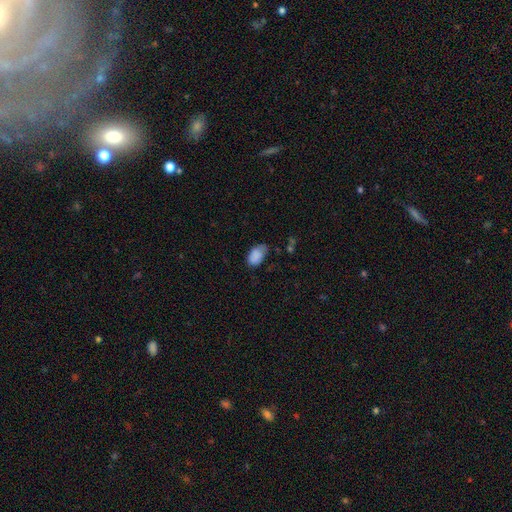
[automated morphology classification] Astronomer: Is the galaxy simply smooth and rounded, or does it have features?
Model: smooth — 85%.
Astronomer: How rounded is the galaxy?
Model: in between — 89%.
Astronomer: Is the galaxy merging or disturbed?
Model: none — 52% (runner-up: minor disturbance, 35%).